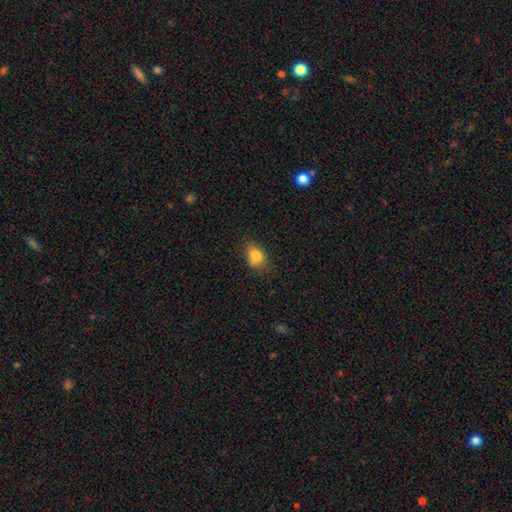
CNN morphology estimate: This is clearly a smooth galaxy (81%). How rounded: likely in between (73%). Merging: likely none (62%).